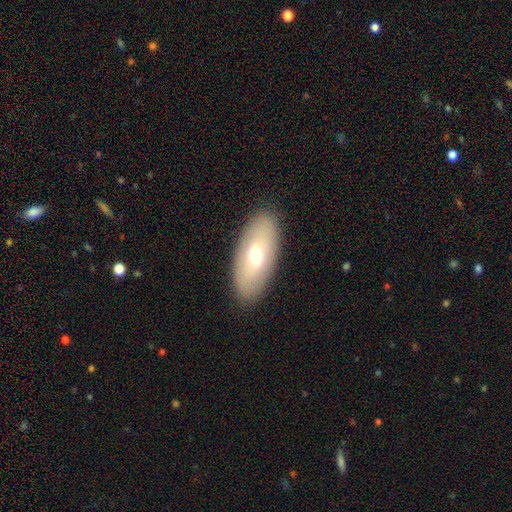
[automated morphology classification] Overall: smooth (62%; featured or disk 31%). How rounded: in between (89%). Merging: none (87%).